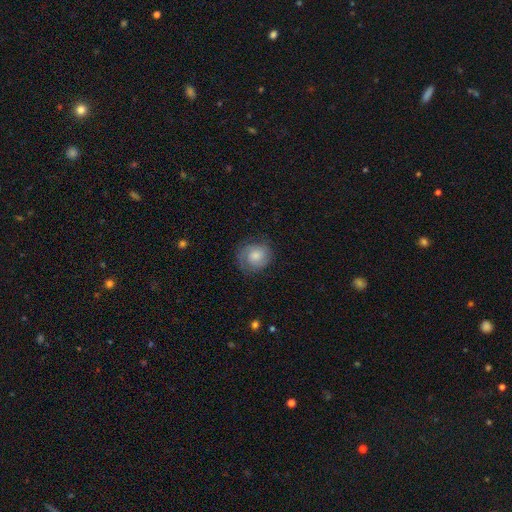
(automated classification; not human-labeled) This appears to be a smooth galaxy with no disk features (52%) that is round (83%). Merging: none (75%).